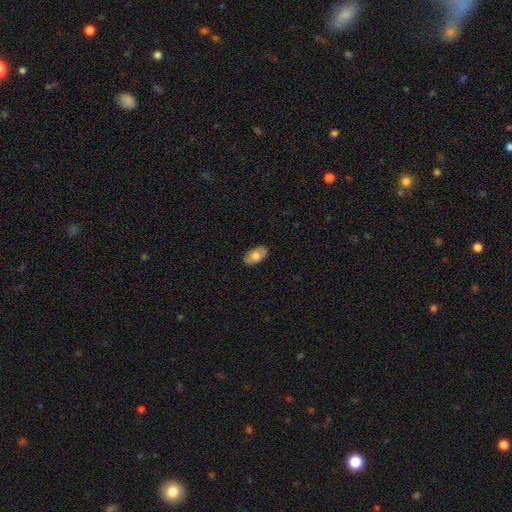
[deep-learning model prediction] smooth-or-featured: smooth: 74% | featured or disk: 20% | star or artifact: 7%
  how-rounded: in between: 93% | round: 4% | cigar-shaped: 2%
  merging: none: 86% | minor disturbance: 11% | major disturbance: 2% | merger: 1%